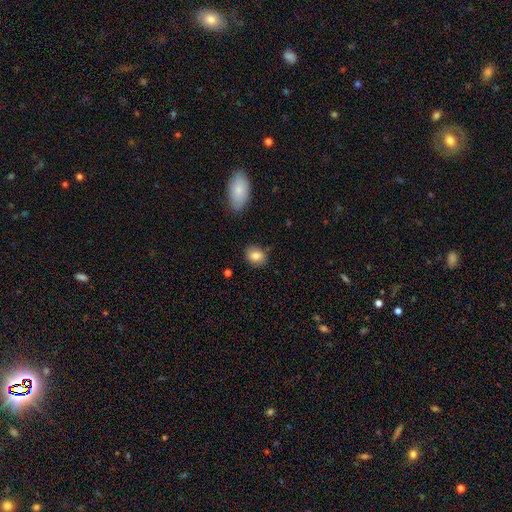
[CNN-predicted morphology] type=smooth (83%); roundness=in between (50%); merging=none (82%).